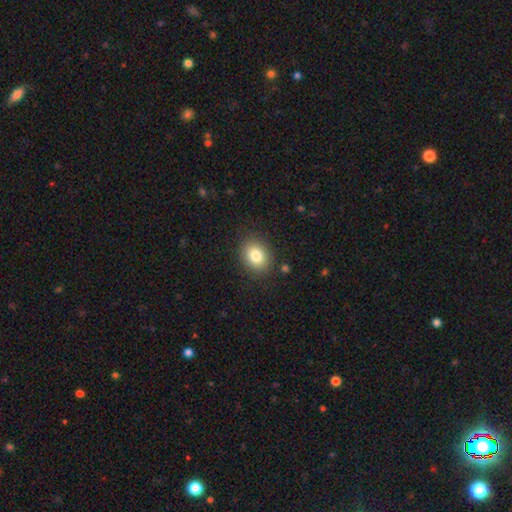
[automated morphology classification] Q: Smooth or featured?
A: smooth (81%); runner-up: star or artifact (10%)
Q: How rounded?
A: round (53%); runner-up: in between (46%)
Q: Merging?
A: none (87%); runner-up: minor disturbance (9%)